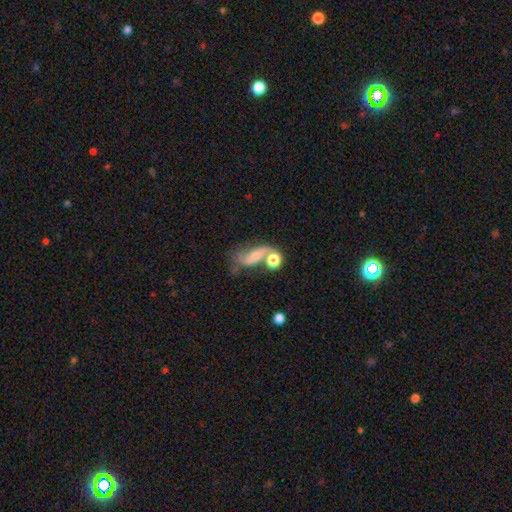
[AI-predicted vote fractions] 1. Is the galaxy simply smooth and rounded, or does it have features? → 51% featured or disk, 36% smooth, 12% star or artifact.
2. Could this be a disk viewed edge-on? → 90% no, 10% yes.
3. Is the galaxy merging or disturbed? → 31% merger, 29% none, 22% major disturbance, 17% minor disturbance.